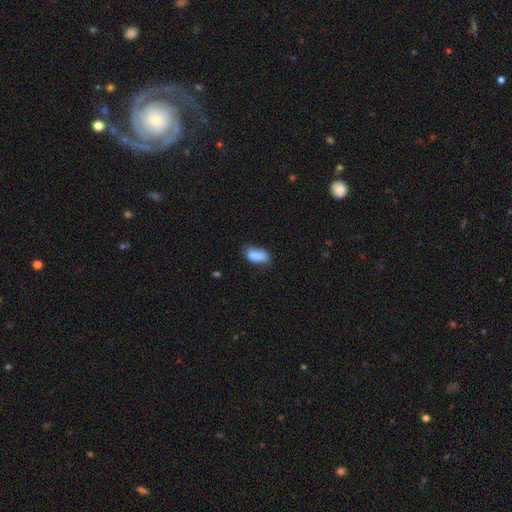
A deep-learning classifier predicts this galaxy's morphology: smooth 79%, featured or disk 12%, star or artifact 9%. Down the decision tree: how rounded — in between (88%); merging — none (40%).